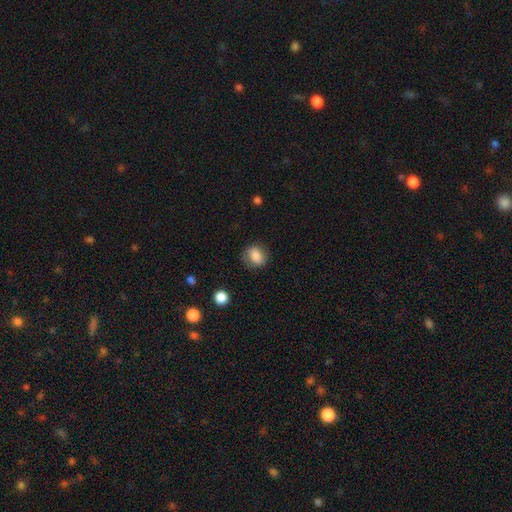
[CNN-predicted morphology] The model was most divided on "how rounded": in between: 50%, round: 49%, cigar-shaped: 1%. More confident: smooth or featured — smooth (80%); merging — none (72%).